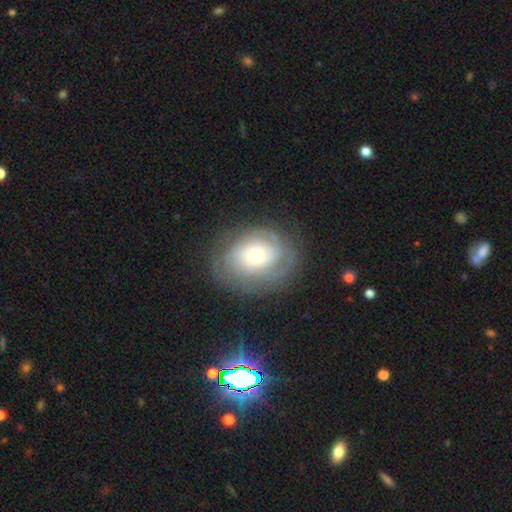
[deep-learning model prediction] smooth_or_featured: featured or disk (p=0.72) [alt: smooth p=0.21]
disk_edge_on: no (p=0.96) [alt: yes p=0.04]
bar: no (p=0.82) [alt: weak p=0.14]
has_spiral_arms: yes (p=0.86) [alt: no p=0.14]
spiral_winding: tight (p=0.70) [alt: medium p=0.22]
spiral_arm_count: can't tell (p=0.46) [alt: 2 p=0.17]
bulge_size: moderate (p=0.47) [alt: small p=0.40]
merging: none (p=0.74) [alt: minor disturbance p=0.16]